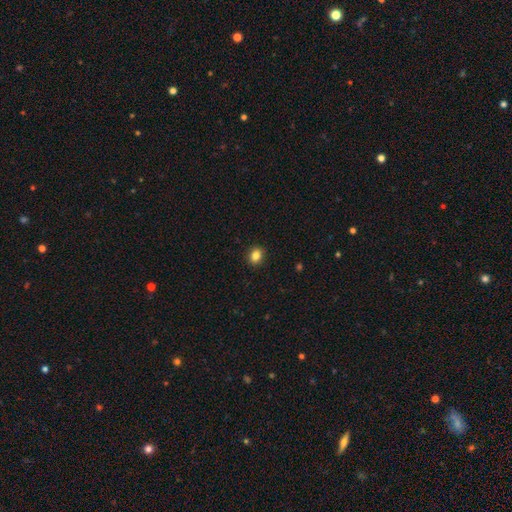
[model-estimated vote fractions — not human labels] Smooth or featured: smooth — 85% (star or artifact — 10%)
How rounded: round — 53% (in between — 46%)
Merging: none — 91% (minor disturbance — 6%)